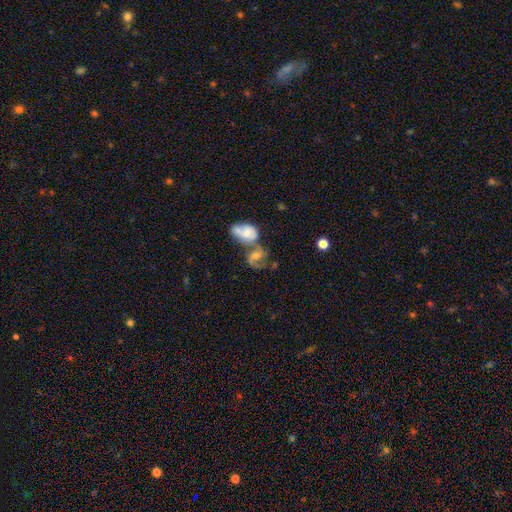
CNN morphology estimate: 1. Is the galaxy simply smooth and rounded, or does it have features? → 69% featured or disk, 22% smooth, 9% star or artifact.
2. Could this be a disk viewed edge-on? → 97% no, 3% yes.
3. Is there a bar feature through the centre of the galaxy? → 54% no, 36% weak, 10% strong.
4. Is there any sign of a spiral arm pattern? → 90% yes, 10% no.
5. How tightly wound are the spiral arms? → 49% medium, 33% loose, 18% tight.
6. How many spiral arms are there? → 79% 2, 8% 1, 8% can't tell, 3% 3, 1% 4, 1% more than 4.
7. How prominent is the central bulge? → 54% moderate, 30% small, 8% large, 7% none, 2% dominant.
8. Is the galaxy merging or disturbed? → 61% merger, 21% none, 9% minor disturbance, 9% major disturbance.